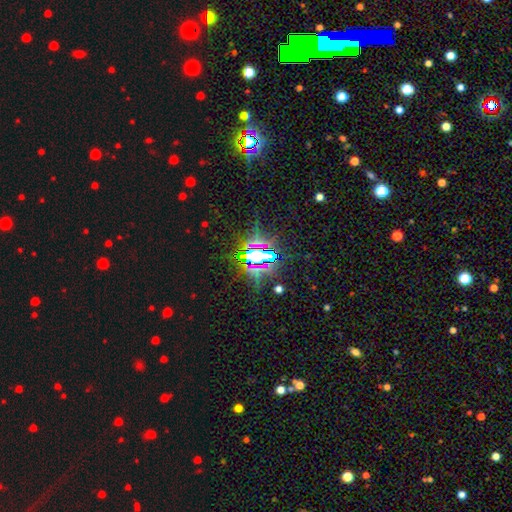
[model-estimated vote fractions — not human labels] smooth-or-featured: star or artifact: 75% | smooth: 13% | featured or disk: 12%